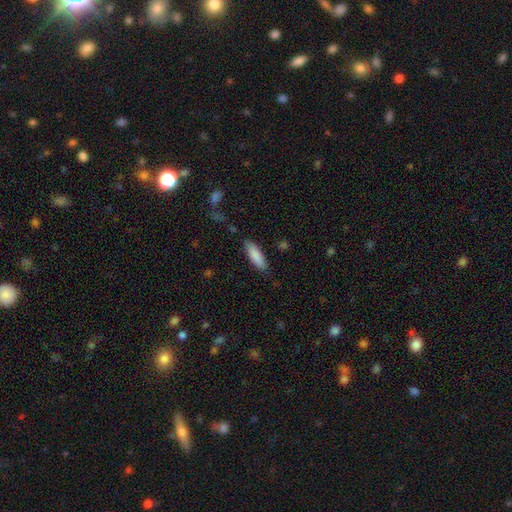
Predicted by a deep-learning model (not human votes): Smooth or featured? Predicted: smooth (p=0.86). How rounded? Predicted: in between (p=0.52). Merging? Predicted: none (p=0.83).